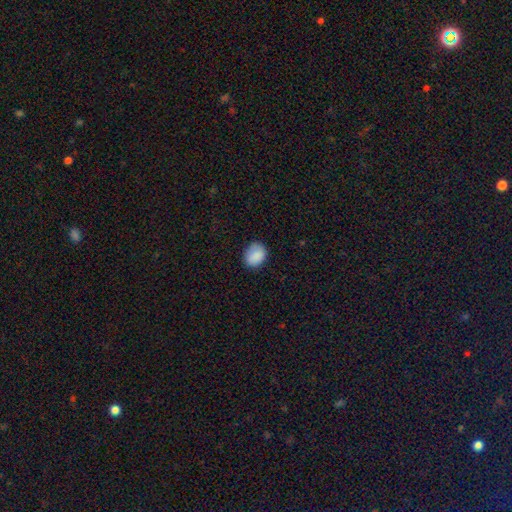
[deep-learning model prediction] A smooth galaxy with no disk features (88%) that is in between round and cigar-shaped (58%). Merging: none (76%).